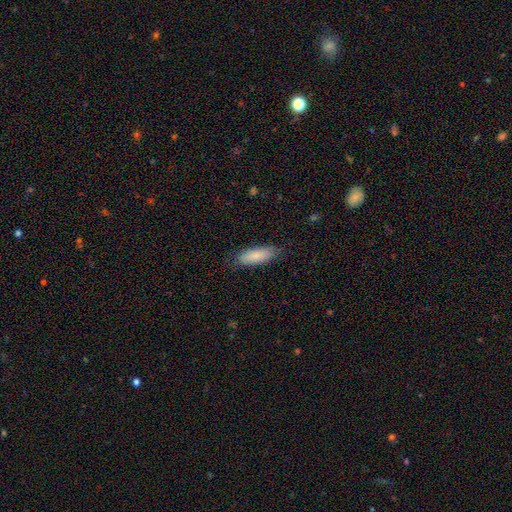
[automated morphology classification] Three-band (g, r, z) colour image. It shows a smooth galaxy with no disk features (86%) that is in between round and cigar-shaped (62%). Merging: none (82%).